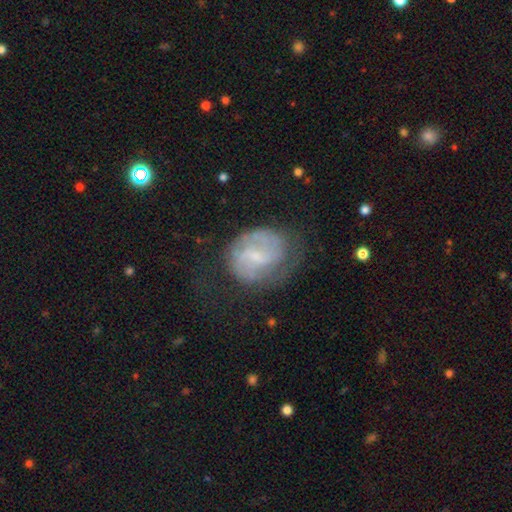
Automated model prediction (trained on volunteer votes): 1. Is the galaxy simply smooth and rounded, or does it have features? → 69% featured or disk, 23% smooth, 8% star or artifact.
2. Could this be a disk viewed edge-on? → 98% no, 2% yes.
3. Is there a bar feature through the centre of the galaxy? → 55% weak, 33% no, 12% strong.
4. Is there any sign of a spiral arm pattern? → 84% yes, 16% no.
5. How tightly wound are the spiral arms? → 43% medium, 36% tight, 21% loose.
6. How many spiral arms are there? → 52% 2, 29% can't tell, 8% 3, 6% 1, 3% 4, 2% more than 4.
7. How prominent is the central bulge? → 64% small, 19% moderate, 15% none, 1% large, 1% dominant.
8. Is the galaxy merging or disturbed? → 54% none, 24% minor disturbance, 20% major disturbance, 2% merger.